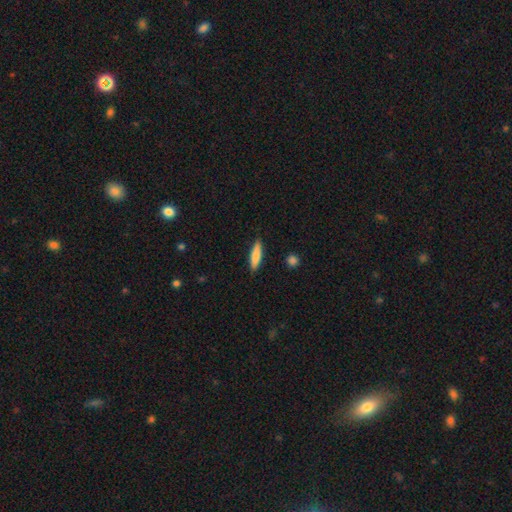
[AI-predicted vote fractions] Q: Smooth or featured?
A: smooth (81%); runner-up: featured or disk (13%)
Q: How rounded?
A: cigar-shaped (76%); runner-up: in between (22%)
Q: Merging?
A: none (88%); runner-up: minor disturbance (9%)